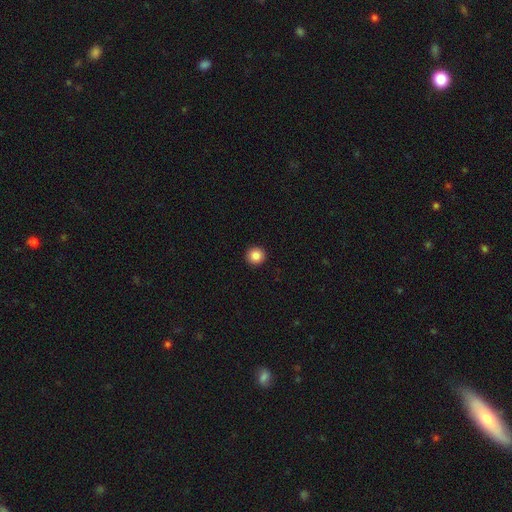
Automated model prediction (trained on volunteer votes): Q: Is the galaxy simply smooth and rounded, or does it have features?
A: smooth — 86%.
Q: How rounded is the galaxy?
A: round — 96%.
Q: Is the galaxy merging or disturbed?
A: none — 94%.